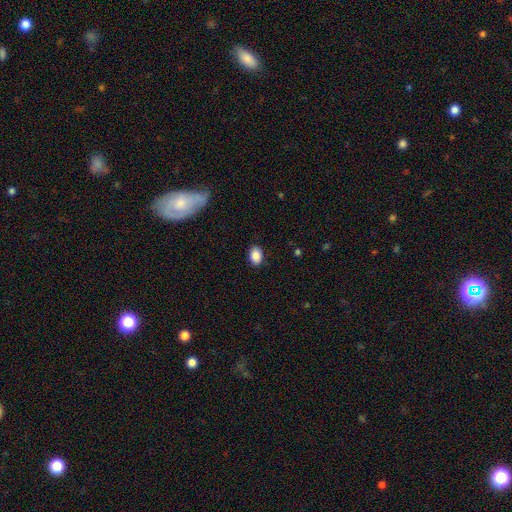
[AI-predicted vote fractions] smooth_or_featured: smooth (p=0.89) [alt: star or artifact p=0.08]
how_rounded: in between (p=0.81) [alt: round p=0.18]
merging: none (p=0.86) [alt: minor disturbance p=0.11]